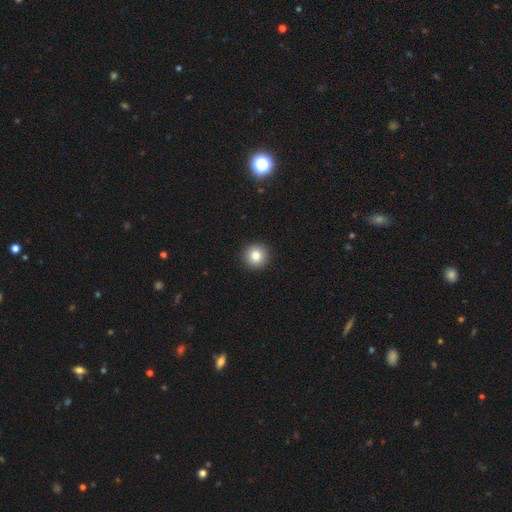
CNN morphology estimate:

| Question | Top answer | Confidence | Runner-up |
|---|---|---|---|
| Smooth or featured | smooth | 83% | star or artifact (10%) |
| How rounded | round | 96% | in between (4%) |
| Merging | none | 93% | minor disturbance (4%) |